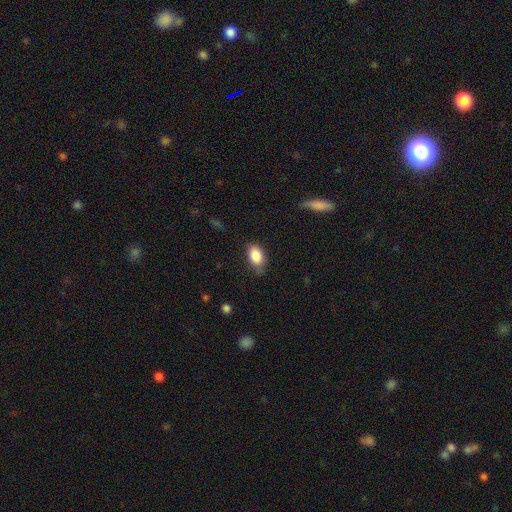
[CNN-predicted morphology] Smooth or featured?
  - smooth: 86% *
  - star or artifact: 7%
  - featured or disk: 6%
How rounded?
  - in between: 90% *
  - round: 8%
  - cigar-shaped: 2%
Merging?
  - none: 72% *
  - minor disturbance: 22%
  - major disturbance: 5%
  - merger: 1%